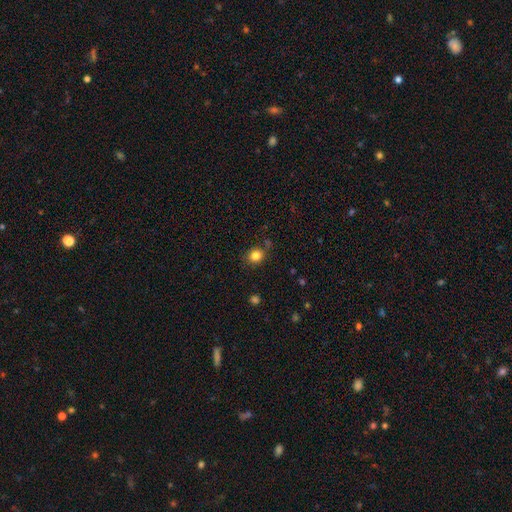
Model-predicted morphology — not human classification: Q: Smooth or featured?
A: smooth (83%); runner-up: star or artifact (12%)
Q: How rounded?
A: round (76%); runner-up: in between (24%)
Q: Merging?
A: none (81%); runner-up: minor disturbance (12%)